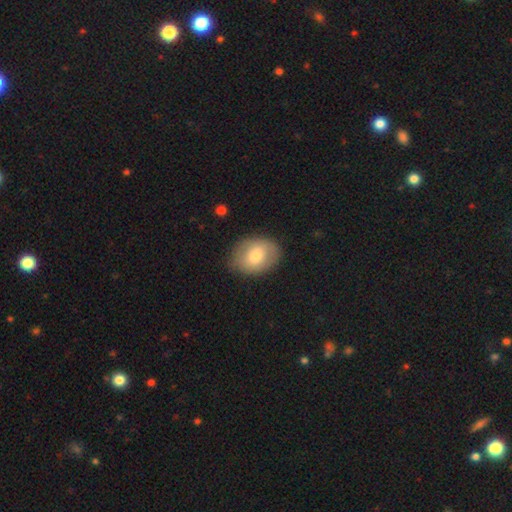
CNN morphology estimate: Smooth or featured? Predicted: smooth (p=0.70). How rounded? Predicted: in between (p=0.67). Merging? Predicted: none (p=0.80).